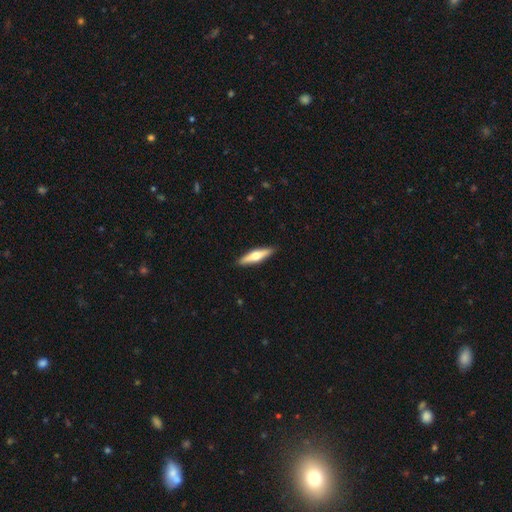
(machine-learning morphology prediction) Smooth or featured?
  - featured or disk: 51% *
  - smooth: 45%
  - star or artifact: 5%
Edge-on disk?
  - yes: 94% *
  - no: 6%
Merging?
  - none: 91% *
  - minor disturbance: 6%
  - major disturbance: 1%
  - merger: 1%